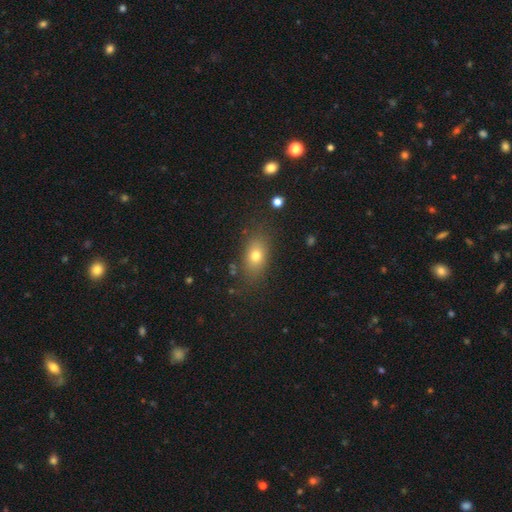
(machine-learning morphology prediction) This appears to be a smooth galaxy with no disk features (74%) that is in between round and cigar-shaped (77%). Merging: none (80%).